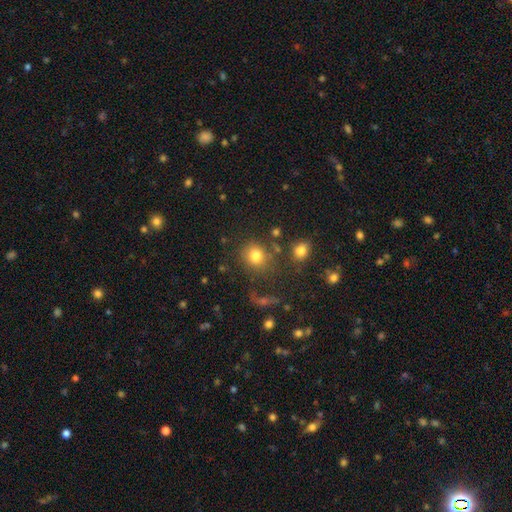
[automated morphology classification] type=smooth (78%); roundness=round (79%); merging=none (70%).